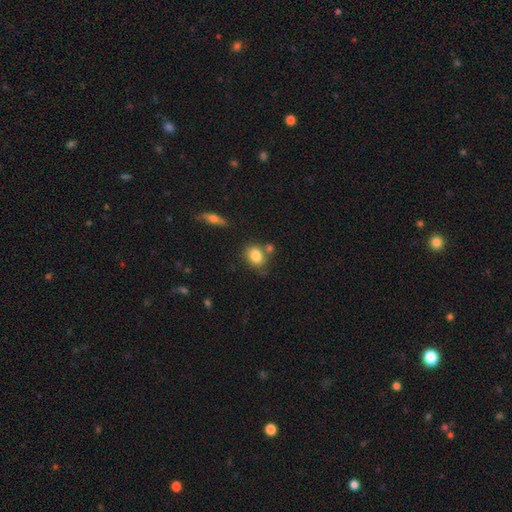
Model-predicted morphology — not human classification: This is clearly a smooth galaxy (83%). How rounded: possibly in between (60%). Merging: likely none (63%).